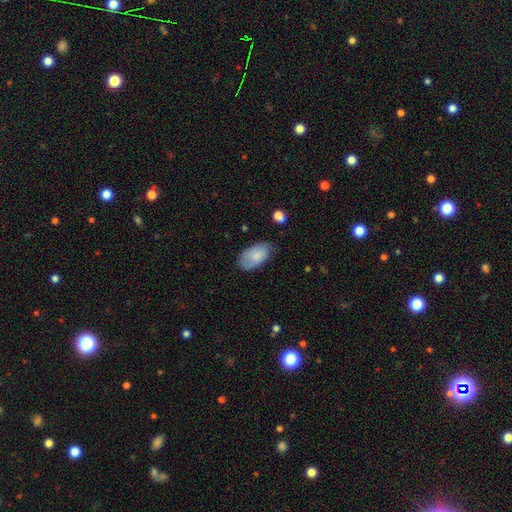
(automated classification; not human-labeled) This appears to be a smooth galaxy with no disk features (78%) that is in between round and cigar-shaped (95%). Merging: none (69%).